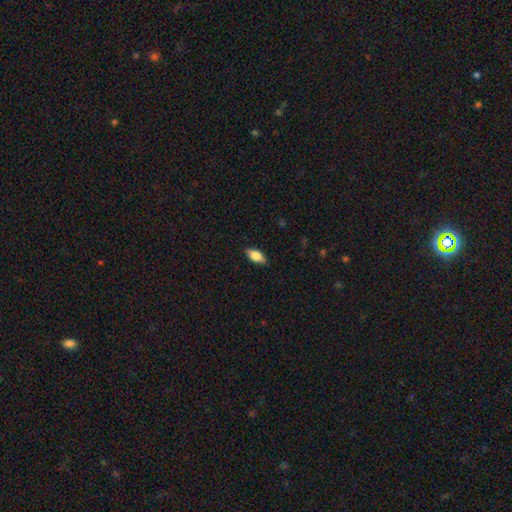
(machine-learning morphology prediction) Smooth or featured: smooth — 82% (featured or disk — 11%)
How rounded: in between — 88% (cigar-shaped — 9%)
Merging: none — 87% (minor disturbance — 10%)